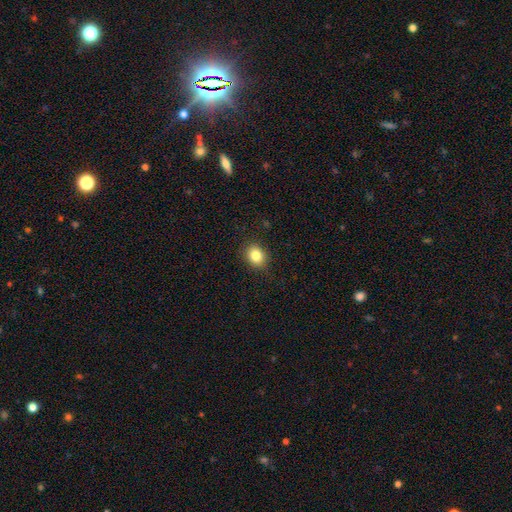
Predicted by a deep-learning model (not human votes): smooth 84%, star or artifact 10%, featured or disk 6%. Down the decision tree: how rounded — round (56%); merging — none (89%).